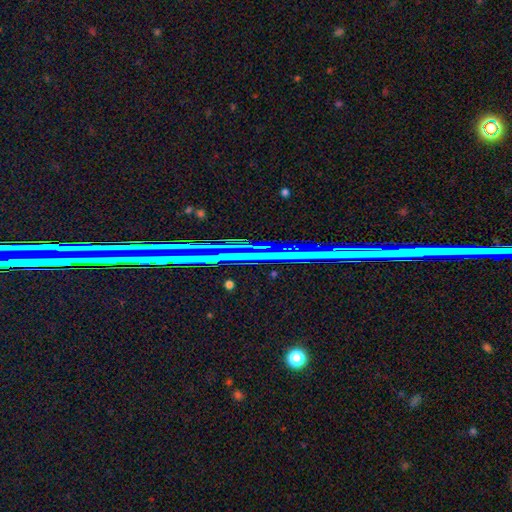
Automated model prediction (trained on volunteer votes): smooth_or_featured: star or artifact (p=0.73) [alt: featured or disk p=0.17]